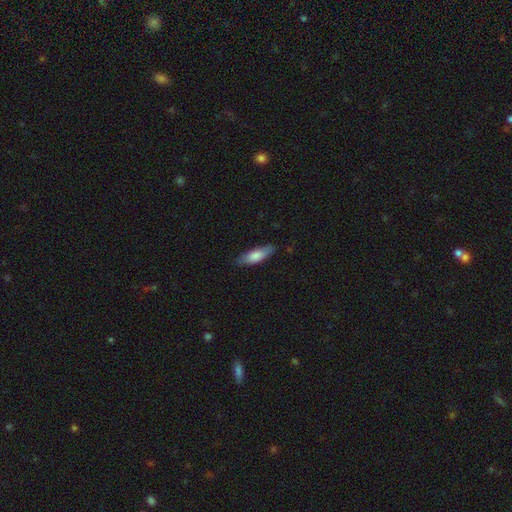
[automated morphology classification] This appears to be a smooth galaxy with no disk features (78%) that is in between round and cigar-shaped (50%). Merging: none (82%).